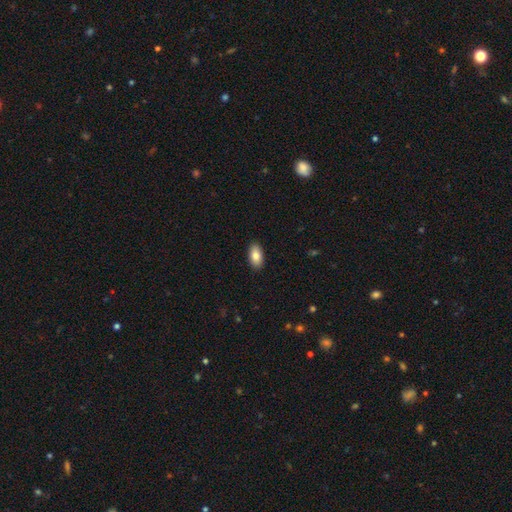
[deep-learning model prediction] Smooth or featured?
  - smooth: 84% *
  - featured or disk: 9%
  - star or artifact: 7%
How rounded?
  - in between: 93% *
  - cigar-shaped: 4%
  - round: 3%
Merging?
  - none: 90% *
  - minor disturbance: 7%
  - major disturbance: 2%
  - merger: 1%